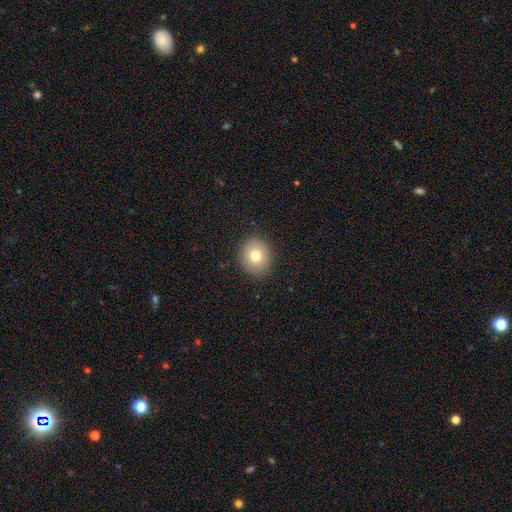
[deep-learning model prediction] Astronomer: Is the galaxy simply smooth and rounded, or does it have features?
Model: smooth — 76%.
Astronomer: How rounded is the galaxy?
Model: round — 75%.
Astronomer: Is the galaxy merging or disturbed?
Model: none — 88%.